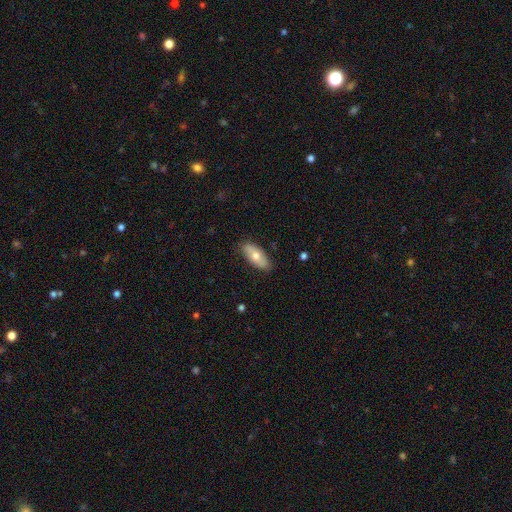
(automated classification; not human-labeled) Smooth or featured? Predicted: smooth (p=0.66). How rounded? Predicted: in between (p=0.81). Merging? Predicted: none (p=0.86).